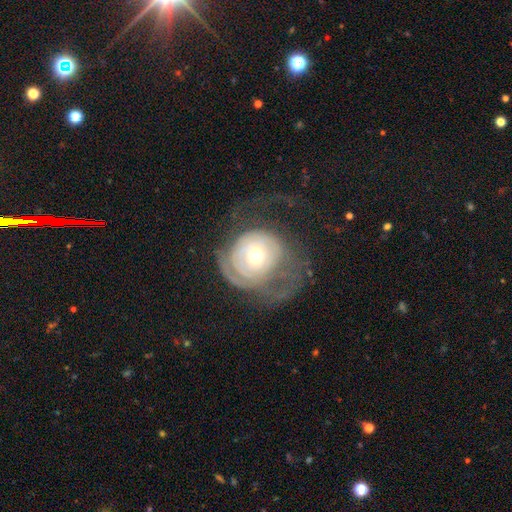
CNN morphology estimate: Q: Smooth or featured?
A: featured or disk (62%); runner-up: smooth (31%)
Q: Edge-on disk?
A: no (96%); runner-up: yes (4%)
Q: Bar?
A: no (77%); runner-up: weak (18%)
Q: Spiral arms?
A: yes (60%); runner-up: no (40%)
Q: Bulge size?
A: moderate (67%); runner-up: small (15%)
Q: Merging?
A: major disturbance (48%); runner-up: none (32%)